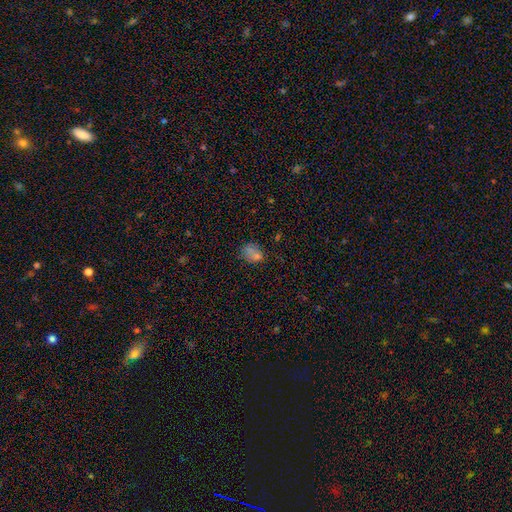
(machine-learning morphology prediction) smooth-or-featured: smooth: 61% | star or artifact: 23% | featured or disk: 17%
  how-rounded: round: 53% | in between: 45% | cigar-shaped: 2%
  merging: none: 51% | merger: 24% | minor disturbance: 16% | major disturbance: 9%